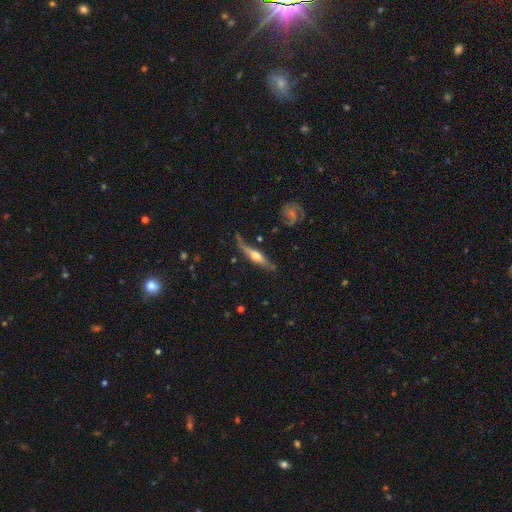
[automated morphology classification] Smooth or featured?
  - featured or disk: 66% *
  - smooth: 28%
  - star or artifact: 6%
Edge-on disk?
  - yes: 92% *
  - no: 8%
Edge-on bulge?
  - rounded: 86% *
  - boxy: 8%
  - none: 6%
Merging?
  - none: 66% *
  - minor disturbance: 23%
  - major disturbance: 7%
  - merger: 4%